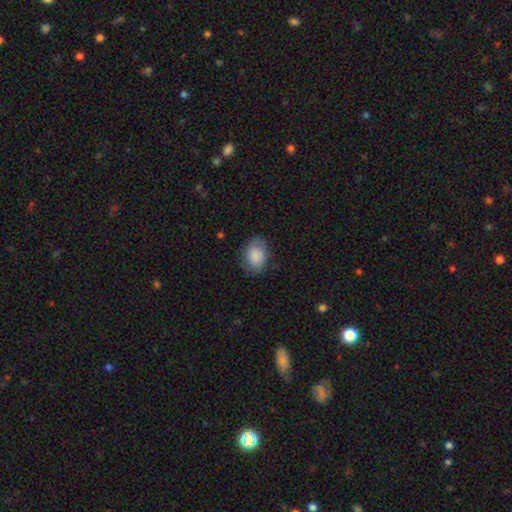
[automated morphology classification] A smooth galaxy with no disk features (86%) that is in between round and cigar-shaped (75%). Merging: none (78%).